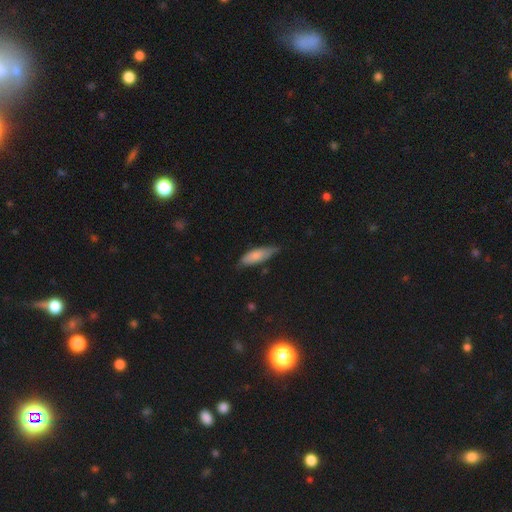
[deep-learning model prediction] Smooth or featured? Predicted: smooth (p=0.78). How rounded? Predicted: in between (p=0.57). Merging? Predicted: none (p=0.61).